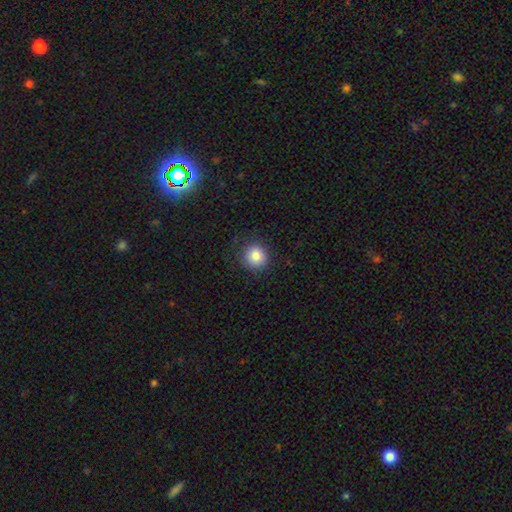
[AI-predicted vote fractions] Smooth or featured? smooth (84%)
How rounded? round (92%)
Merging? none (88%)